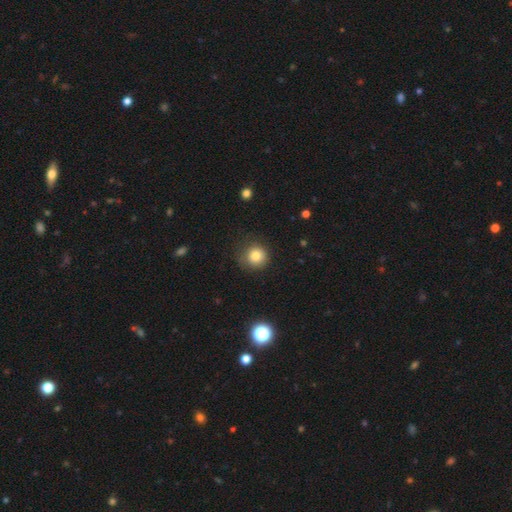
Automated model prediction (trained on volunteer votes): Morphology: type=smooth (80%); roundness=round (92%); merging=none (76%).